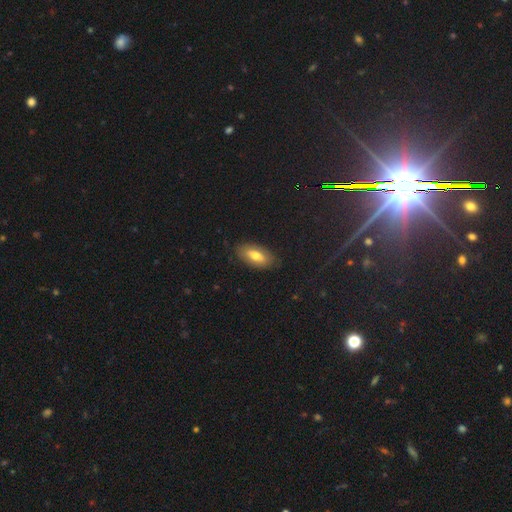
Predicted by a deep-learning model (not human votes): Morphology: type=smooth (68%); roundness=in between (89%); merging=none (85%).